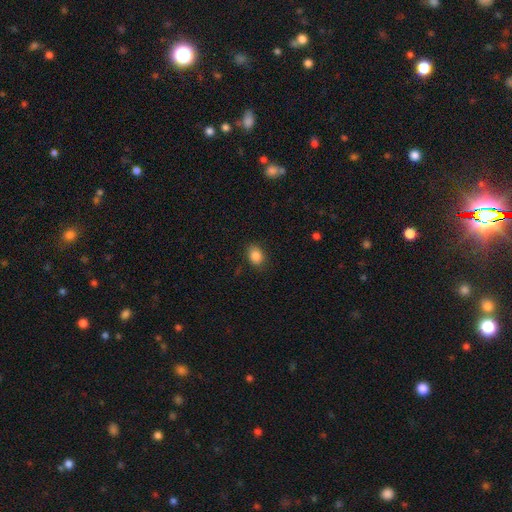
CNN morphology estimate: This is clearly a smooth galaxy (85%). How rounded: likely in between (63%). Merging: clearly none (84%).